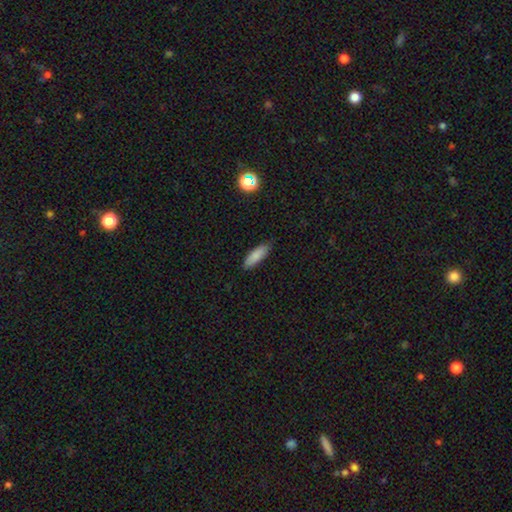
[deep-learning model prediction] A smooth galaxy with no disk features (85%) that is in between round and cigar-shaped (55%). Merging: none (83%).